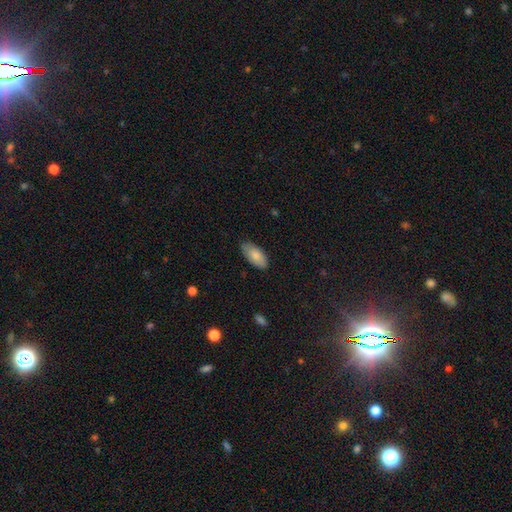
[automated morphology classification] The model was most divided on "merging": none: 81%, minor disturbance: 16%, major disturbance: 2%, merger: 1%. More confident: how rounded — in between (92%); smooth or featured — smooth (83%).